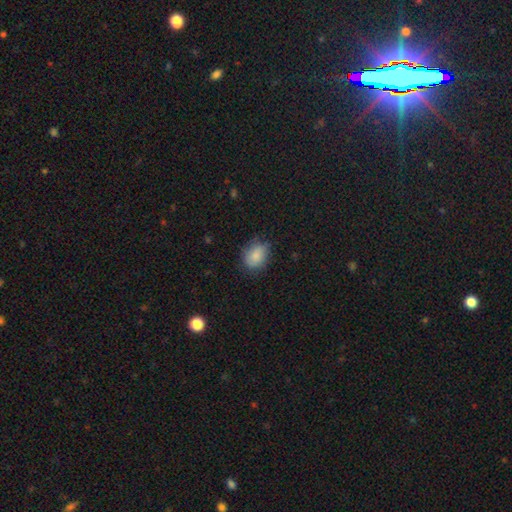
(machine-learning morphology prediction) smooth_or_featured: smooth (p=0.84) [alt: featured or disk p=0.08]
how_rounded: in between (p=0.56) [alt: round p=0.43]
merging: none (p=0.70) [alt: minor disturbance p=0.24]